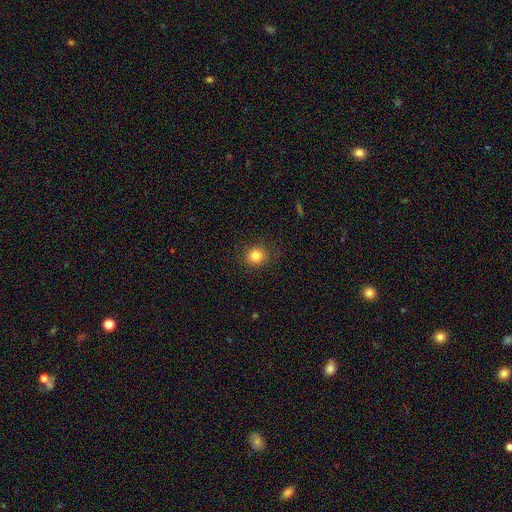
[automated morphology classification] Q: Smooth or featured?
A: smooth (83%); runner-up: star or artifact (12%)
Q: How rounded?
A: round (88%); runner-up: in between (11%)
Q: Merging?
A: none (89%); runner-up: minor disturbance (7%)